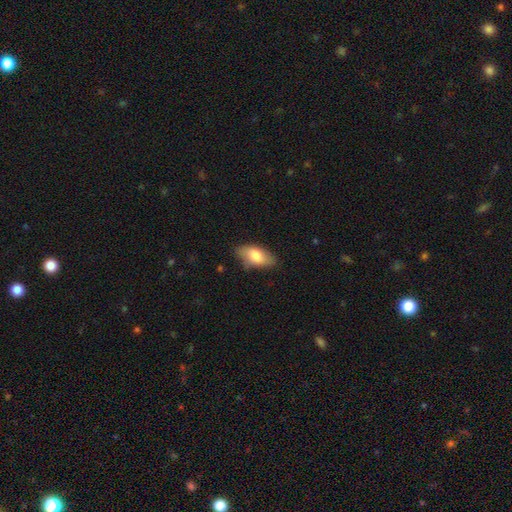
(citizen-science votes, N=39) Morphology: type=smooth (77%); roundness=in between (93%); merging=none (57%).